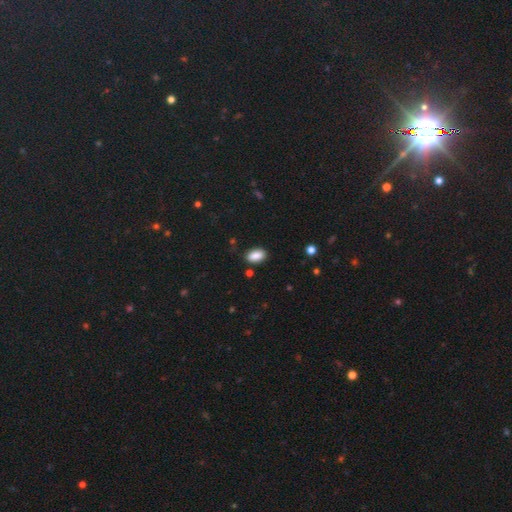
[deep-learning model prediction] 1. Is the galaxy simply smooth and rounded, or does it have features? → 88% smooth, 8% star or artifact, 4% featured or disk.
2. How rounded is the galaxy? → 92% in between, 5% round, 3% cigar-shaped.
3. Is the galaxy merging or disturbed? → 84% none, 11% minor disturbance, 2% major disturbance, 2% merger.